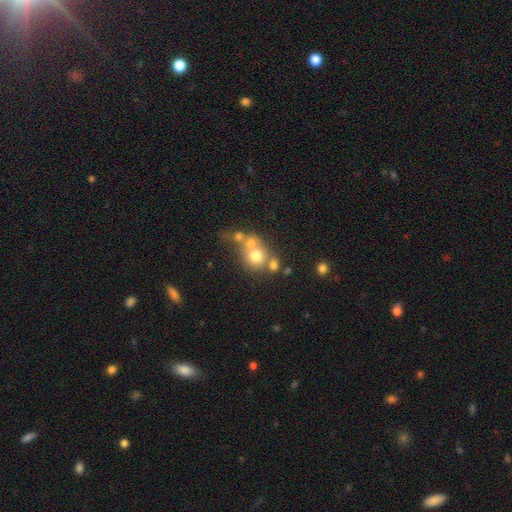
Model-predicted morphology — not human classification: Smooth or featured?
  - smooth: 65% *
  - featured or disk: 21%
  - star or artifact: 14%
How rounded?
  - round: 80% *
  - in between: 19%
  - cigar-shaped: 1%
Merging?
  - merger: 49% *
  - none: 36%
  - minor disturbance: 9%
  - major disturbance: 6%